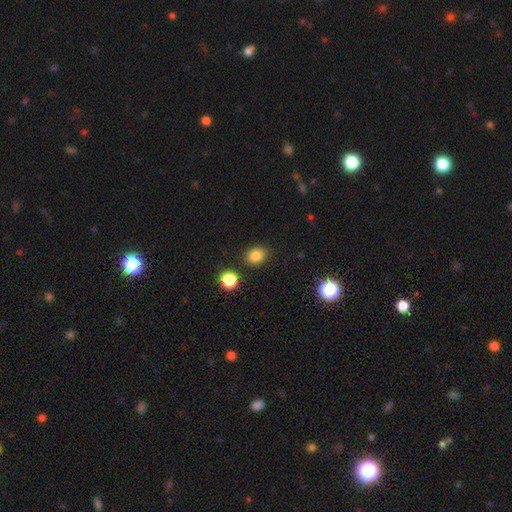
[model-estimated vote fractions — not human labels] smooth_or_featured: smooth (p=0.84) [alt: star or artifact p=0.12]
how_rounded: round (p=0.54) [alt: in between p=0.45]
merging: none (p=0.84) [alt: minor disturbance p=0.10]